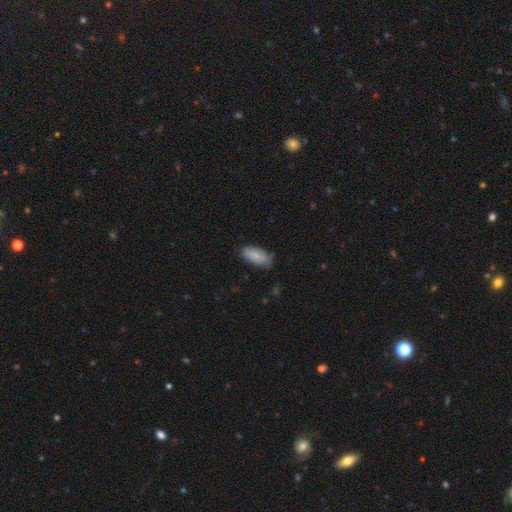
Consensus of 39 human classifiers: Morphology: type=smooth (82%); roundness=in between (91%); merging=none (82%).